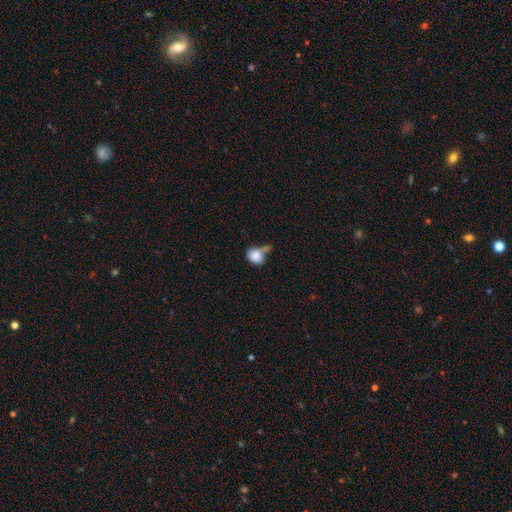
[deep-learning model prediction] Smooth or featured?
  - smooth: 83% *
  - featured or disk: 9%
  - star or artifact: 8%
How rounded?
  - round: 54% *
  - in between: 45%
  - cigar-shaped: 1%
Merging?
  - none: 33% *
  - minor disturbance: 25%
  - merger: 24%
  - major disturbance: 18%